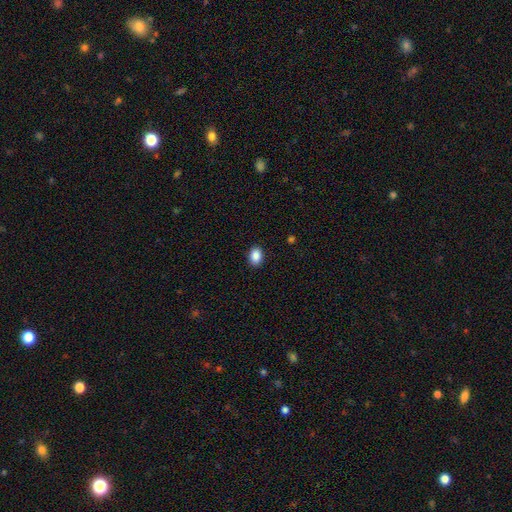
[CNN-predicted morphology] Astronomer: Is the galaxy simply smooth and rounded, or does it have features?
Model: smooth — 88%.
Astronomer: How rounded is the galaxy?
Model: in between — 77%.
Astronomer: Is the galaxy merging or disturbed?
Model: none — 90%.